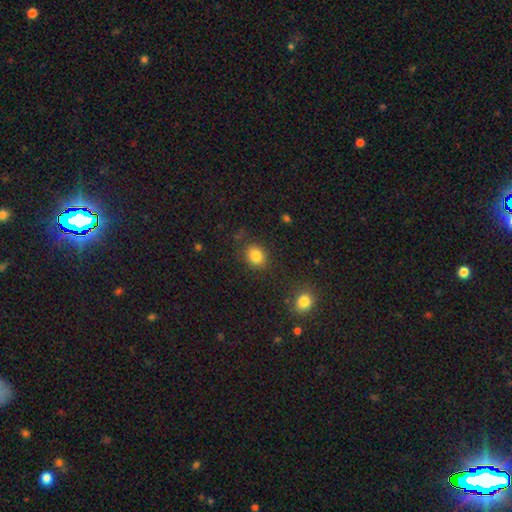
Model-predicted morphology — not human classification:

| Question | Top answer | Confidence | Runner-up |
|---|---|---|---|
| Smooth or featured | smooth | 83% | star or artifact (11%) |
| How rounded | round | 58% | in between (41%) |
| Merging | none | 81% | minor disturbance (12%) |